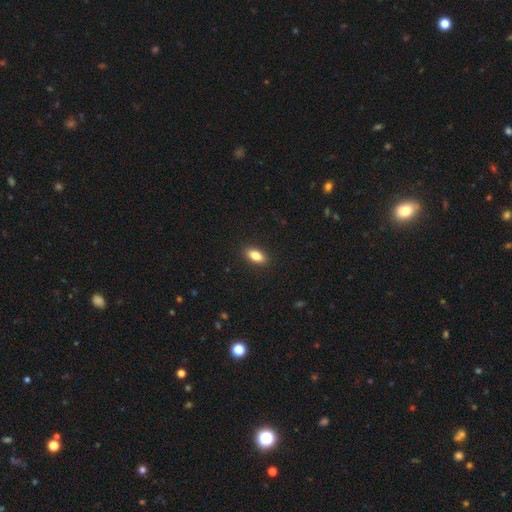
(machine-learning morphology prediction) The model was most divided on "smooth or featured": smooth: 84%, featured or disk: 9%, star or artifact: 7%. More confident: merging — none (90%); how rounded — in between (86%).